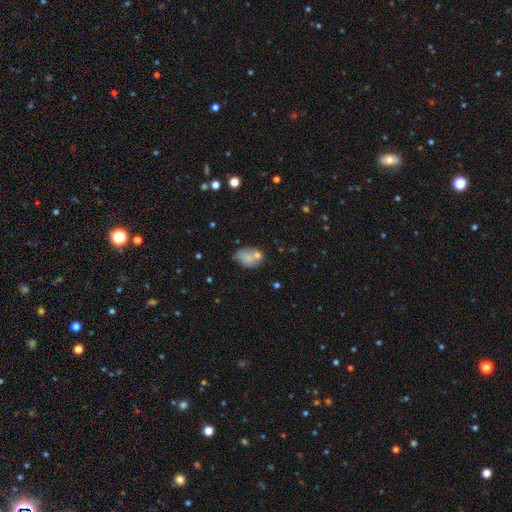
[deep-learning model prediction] Smooth or featured?
  - smooth: 60% *
  - featured or disk: 25%
  - star or artifact: 15%
How rounded?
  - in between: 72% *
  - round: 26%
  - cigar-shaped: 2%
Merging?
  - none: 50% *
  - merger: 23%
  - minor disturbance: 20%
  - major disturbance: 8%